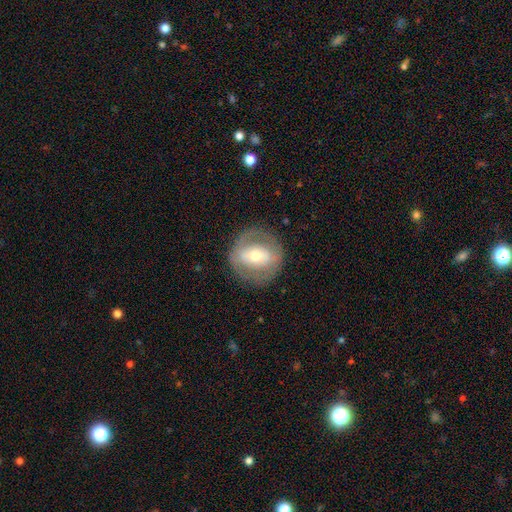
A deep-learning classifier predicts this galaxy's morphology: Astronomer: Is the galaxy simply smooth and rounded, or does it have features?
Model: featured or disk — 57% (runner-up: smooth, 36%).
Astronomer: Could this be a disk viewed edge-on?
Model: no — 92%.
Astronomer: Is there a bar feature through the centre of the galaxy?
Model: strong — 35% (runner-up: no, 34%).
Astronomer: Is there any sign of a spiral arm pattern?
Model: no — 68%.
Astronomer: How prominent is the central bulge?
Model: moderate — 58%.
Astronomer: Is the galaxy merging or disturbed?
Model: none — 80%.